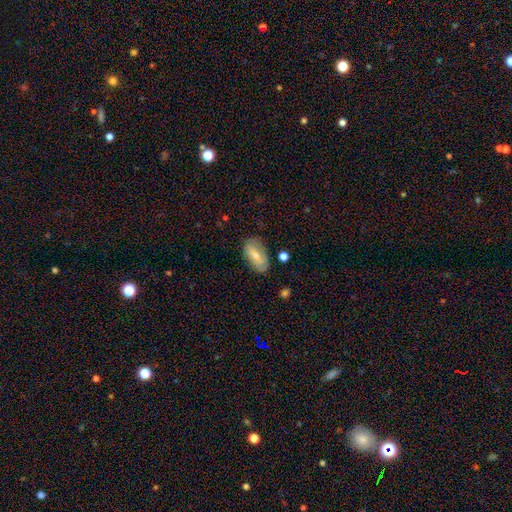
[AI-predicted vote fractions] A smooth galaxy with no disk features (60%) that is in between round and cigar-shaped (92%).

Vote fractions:
- Smooth or featured? smooth: 60% / featured or disk: 33% / star or artifact: 7%
- How rounded? in between: 92% / round: 5% / cigar-shaped: 4%
- Merging? none: 71% / minor disturbance: 21% / major disturbance: 6% / merger: 2%